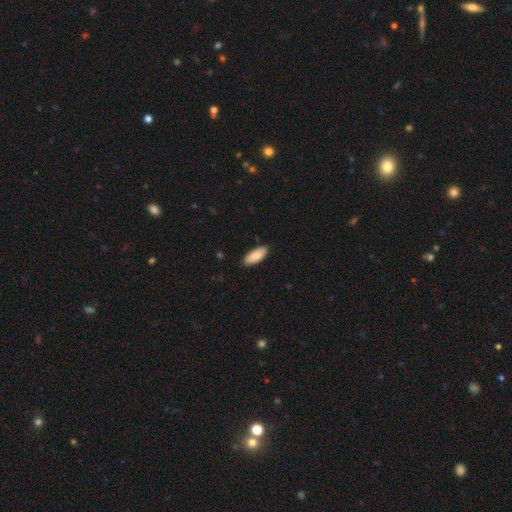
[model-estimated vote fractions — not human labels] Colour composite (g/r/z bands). It shows a smooth galaxy with no disk features (88%) that is in between round and cigar-shaped (82%). Merging: none (89%).